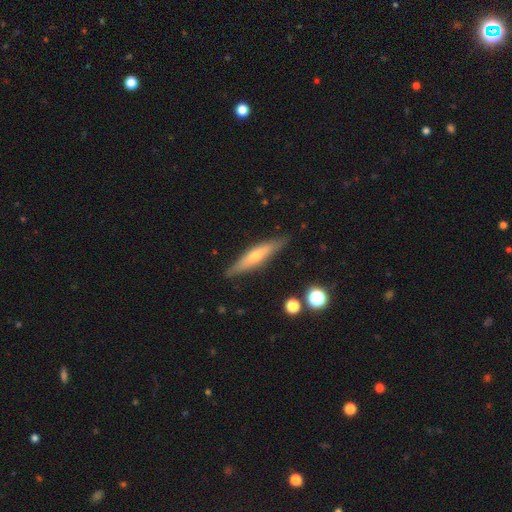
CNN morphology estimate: Q: Smooth or featured?
A: featured or disk (53%); runner-up: smooth (41%)
Q: Edge-on disk?
A: yes (89%); runner-up: no (11%)
Q: Merging?
A: none (85%); runner-up: minor disturbance (11%)